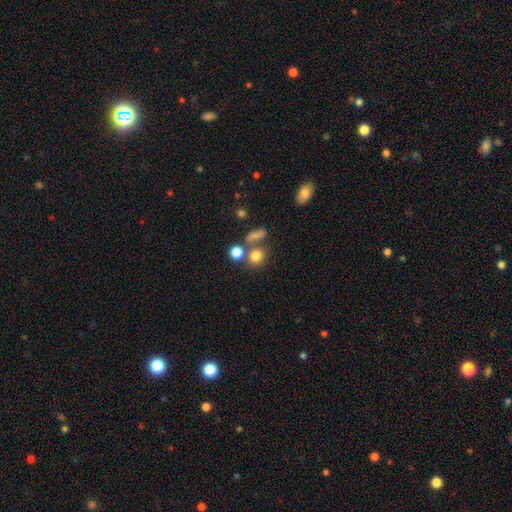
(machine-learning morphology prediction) This appears to be a smooth galaxy with no disk features (76%) that is round (81%). Merging: none (56%).